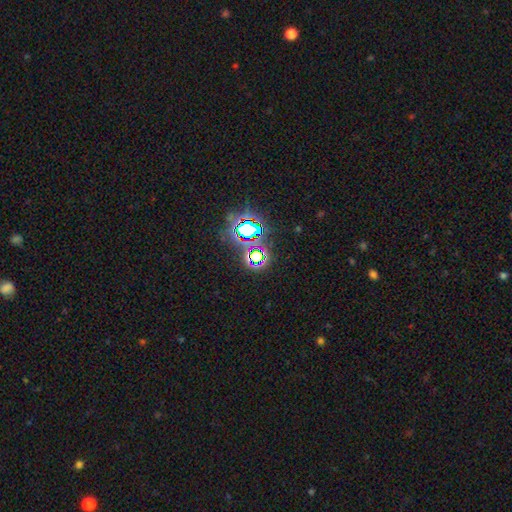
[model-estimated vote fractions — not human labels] Smooth or featured? star or artifact (74%)